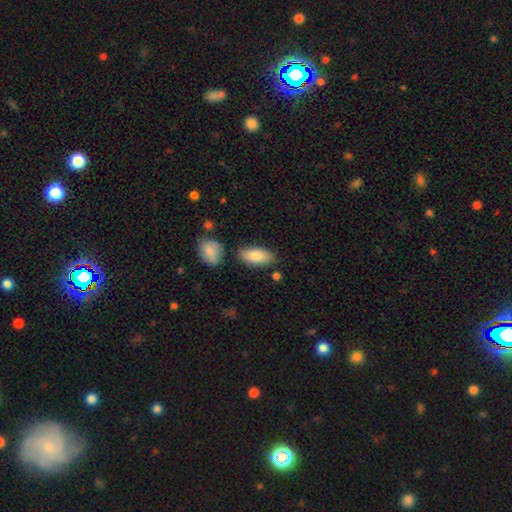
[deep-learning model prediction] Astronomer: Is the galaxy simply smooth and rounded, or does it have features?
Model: smooth — 82%.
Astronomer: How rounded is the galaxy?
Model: in between — 89%.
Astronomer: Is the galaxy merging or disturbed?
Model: none — 78%.